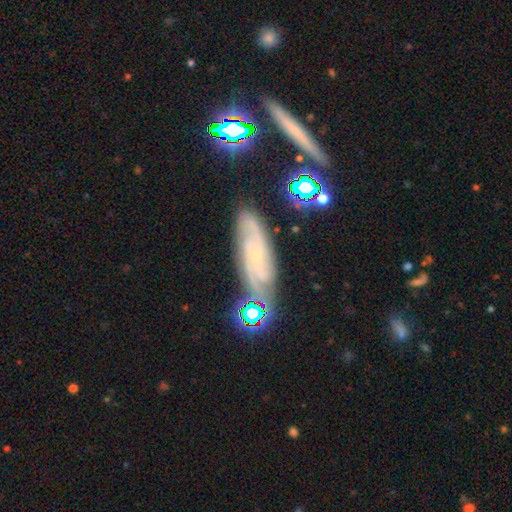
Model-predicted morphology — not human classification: type=featured or disk (74%); edge-on=no (84%); bar=no (70%); spiral arms=yes (94%); winding=tight (58%); arm count=can't tell (37%); bulge=small (82%); merging=none (74%).